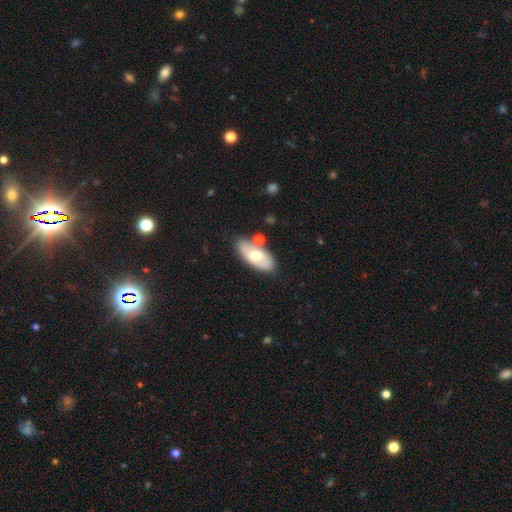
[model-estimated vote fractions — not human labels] Overall: smooth (57%; featured or disk 37%). How rounded: in between (90%). Merging: none (70%).